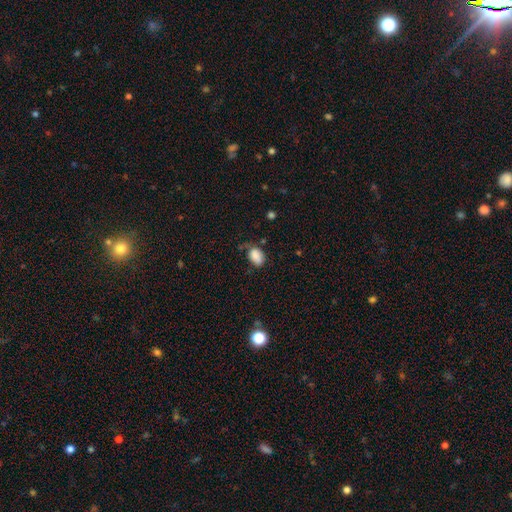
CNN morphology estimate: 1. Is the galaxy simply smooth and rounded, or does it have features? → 85% smooth, 9% star or artifact, 7% featured or disk.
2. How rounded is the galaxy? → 82% in between, 16% round, 1% cigar-shaped.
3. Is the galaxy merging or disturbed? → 49% none, 34% minor disturbance, 13% major disturbance, 4% merger.